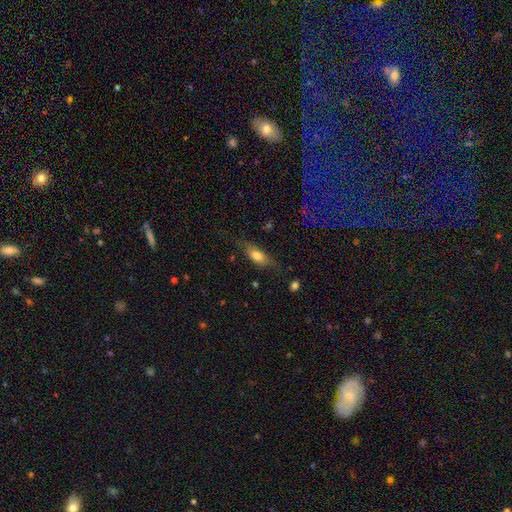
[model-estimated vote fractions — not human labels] smooth-or-featured: smooth: 71% | featured or disk: 22% | star or artifact: 7%
  how-rounded: in between: 73% | cigar-shaped: 23% | round: 4%
  merging: none: 70% | minor disturbance: 22% | major disturbance: 7% | merger: 2%